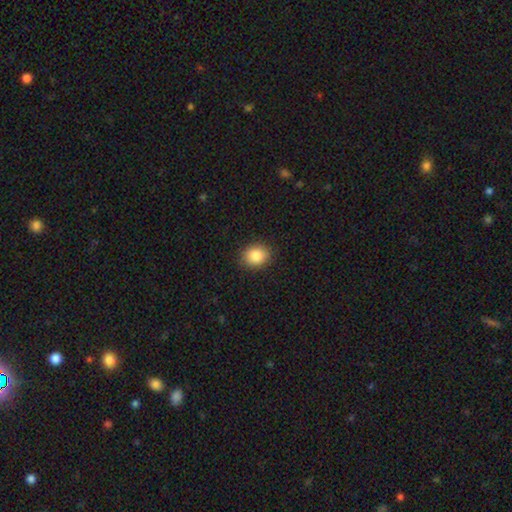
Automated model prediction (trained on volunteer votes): A smooth galaxy with no disk features (85%) that is round (64%).

Vote fractions:
- Smooth or featured? smooth: 85% / star or artifact: 9% / featured or disk: 6%
- How rounded? round: 64% / in between: 35% / cigar-shaped: 1%
- Merging? none: 89% / minor disturbance: 8% / major disturbance: 2% / merger: 1%